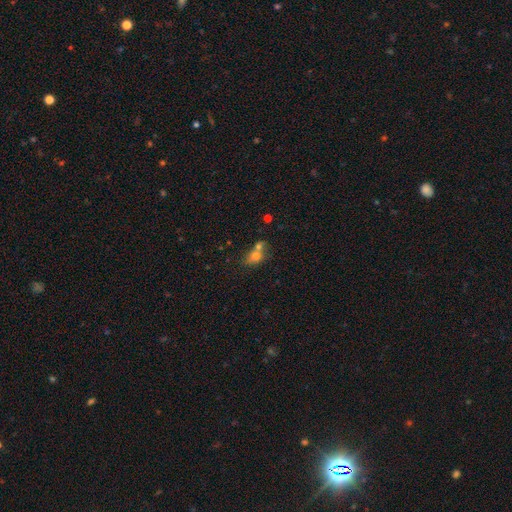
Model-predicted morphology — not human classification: The model was most divided on "how rounded": in between: 54%, round: 44%, cigar-shaped: 3%. More confident: smooth or featured — smooth (72%); merging — merger (54%).